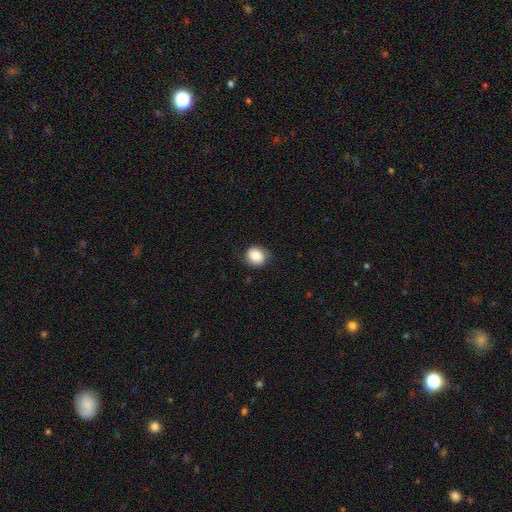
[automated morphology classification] Smooth or featured? Predicted: smooth (p=0.81). How rounded? Predicted: round (p=0.76). Merging? Predicted: none (p=0.79).